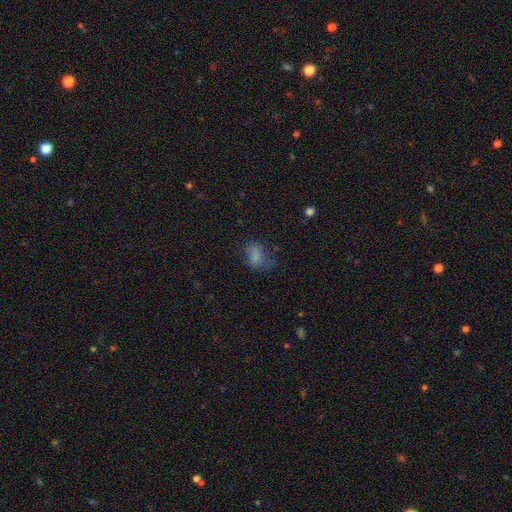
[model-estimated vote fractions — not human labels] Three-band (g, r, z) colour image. It shows a smooth galaxy with no disk features (74%) that is in between round and cigar-shaped (79%). Merging: none (42%).